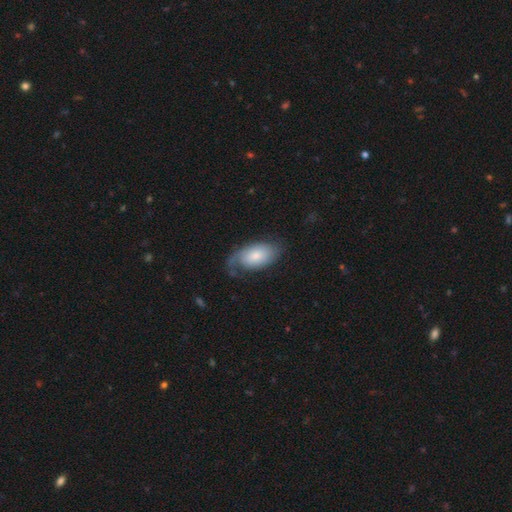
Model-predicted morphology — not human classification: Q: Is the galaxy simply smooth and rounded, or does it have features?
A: smooth — 54%.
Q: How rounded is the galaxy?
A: in between — 93%.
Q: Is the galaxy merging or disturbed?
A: none — 50%.